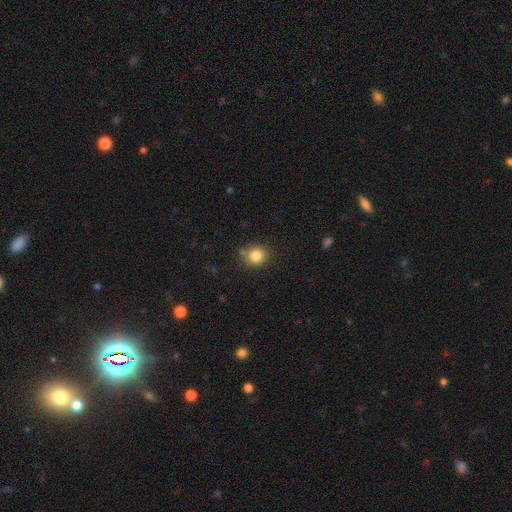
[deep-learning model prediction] Smooth or featured?
  - smooth: 83% *
  - star or artifact: 11%
  - featured or disk: 6%
How rounded?
  - round: 86% *
  - in between: 13%
  - cigar-shaped: 1%
Merging?
  - none: 78% *
  - minor disturbance: 13%
  - merger: 7%
  - major disturbance: 3%